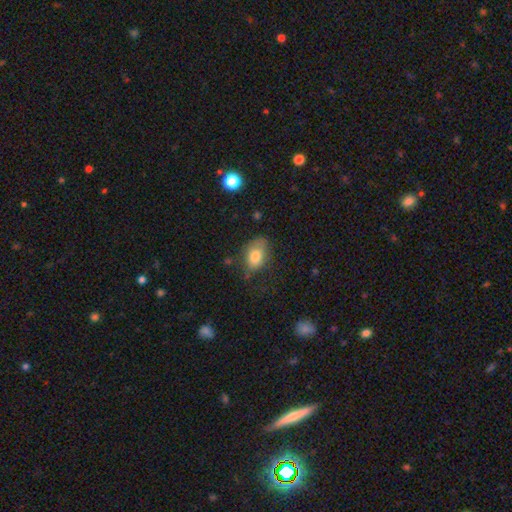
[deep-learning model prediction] smooth-or-featured: smooth: 77% | featured or disk: 15% | star or artifact: 8%
  how-rounded: in between: 86% | round: 12% | cigar-shaped: 2%
  merging: none: 58% | minor disturbance: 29% | major disturbance: 11% | merger: 3%